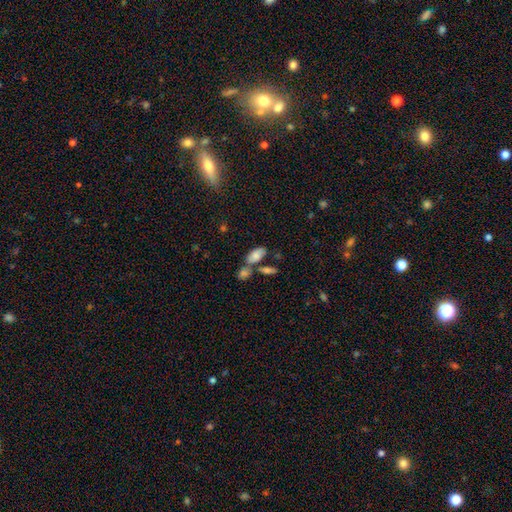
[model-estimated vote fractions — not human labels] This appears to be a smooth galaxy with no disk features (79%) that is in between round and cigar-shaped (90%). Merging: none (43%).